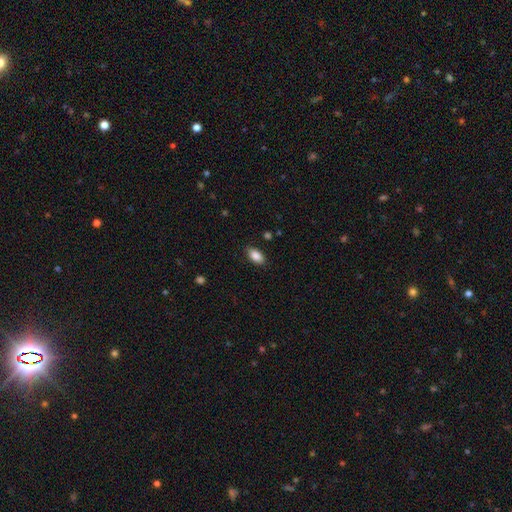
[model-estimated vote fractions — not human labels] smooth_or_featured: smooth (p=0.87) [alt: star or artifact p=0.07]
how_rounded: in between (p=0.93) [alt: round p=0.04]
merging: none (p=0.87) [alt: minor disturbance p=0.10]